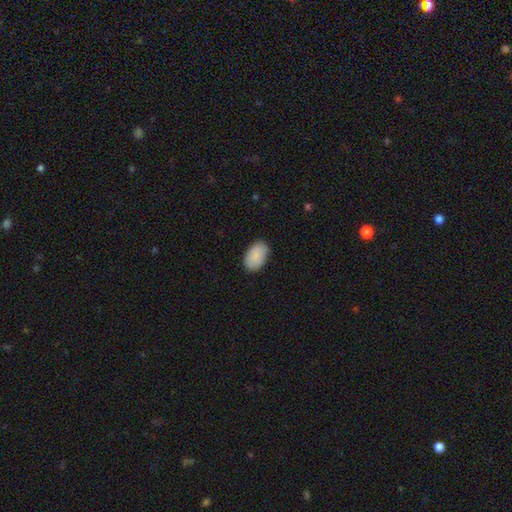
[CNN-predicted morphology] Smooth or featured? Predicted: smooth (p=0.86). How rounded? Predicted: in between (p=0.92). Merging? Predicted: none (p=0.84).